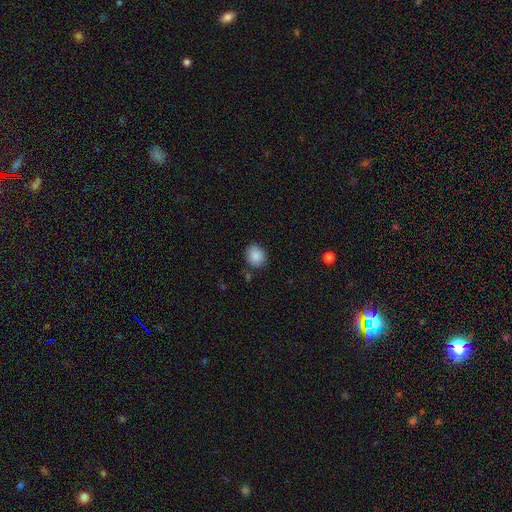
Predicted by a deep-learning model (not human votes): The model was most divided on "how rounded": round: 64%, in between: 35%, cigar-shaped: 1%. More confident: smooth or featured — smooth (88%); merging — none (82%).